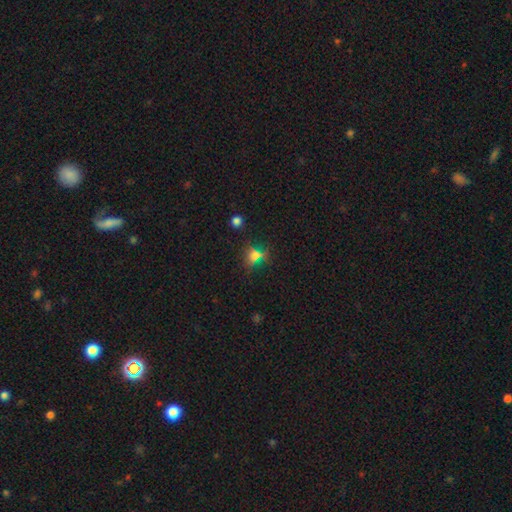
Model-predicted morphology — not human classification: smooth-or-featured: smooth: 56% | star or artifact: 34% | featured or disk: 10%
  how-rounded: round: 57% | in between: 37% | cigar-shaped: 6%
  merging: none: 71% | minor disturbance: 14% | major disturbance: 8% | merger: 7%